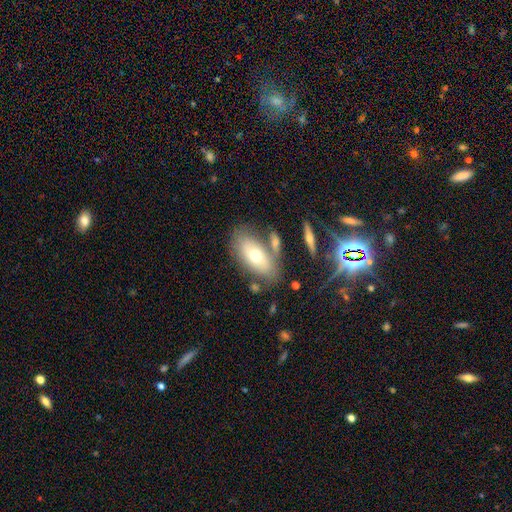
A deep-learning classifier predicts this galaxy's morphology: Q: Smooth or featured?
A: smooth (61%); runner-up: featured or disk (31%)
Q: How rounded?
A: in between (90%); runner-up: round (5%)
Q: Merging?
A: none (63%); runner-up: minor disturbance (16%)